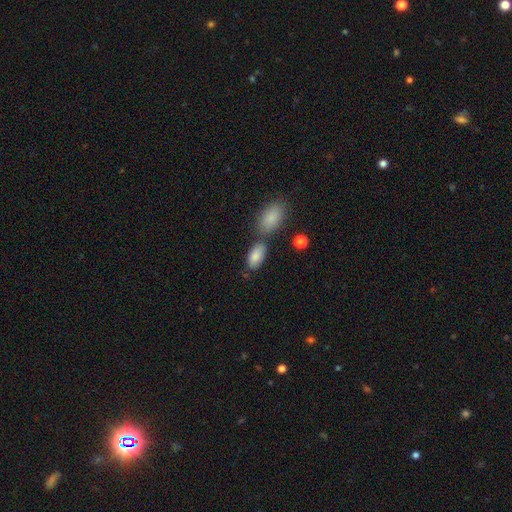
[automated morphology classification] Smooth or featured?
  - smooth: 85% *
  - featured or disk: 8%
  - star or artifact: 7%
How rounded?
  - in between: 92% *
  - cigar-shaped: 5%
  - round: 3%
Merging?
  - none: 59% *
  - merger: 21%
  - minor disturbance: 16%
  - major disturbance: 5%